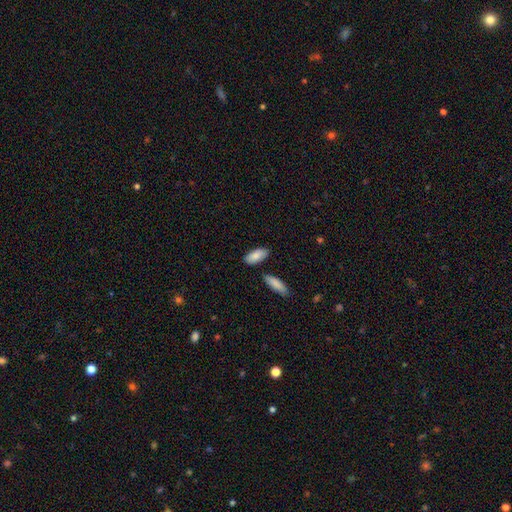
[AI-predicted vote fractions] Smooth or featured? smooth (86%)
How rounded? in between (88%)
Merging? none (79%)